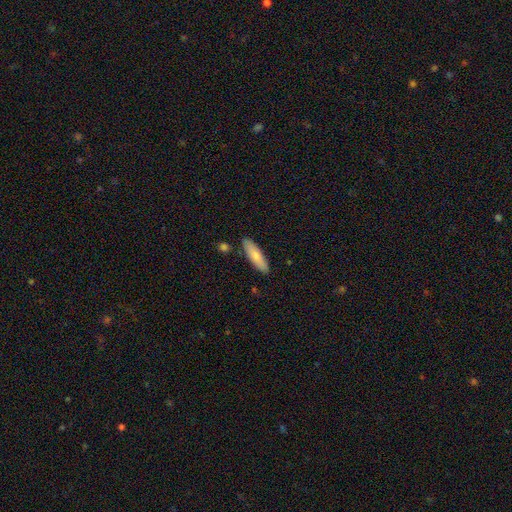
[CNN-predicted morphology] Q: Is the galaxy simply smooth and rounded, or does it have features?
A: smooth — 76%.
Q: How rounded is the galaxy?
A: cigar-shaped — 60%.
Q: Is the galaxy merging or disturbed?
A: none — 86%.